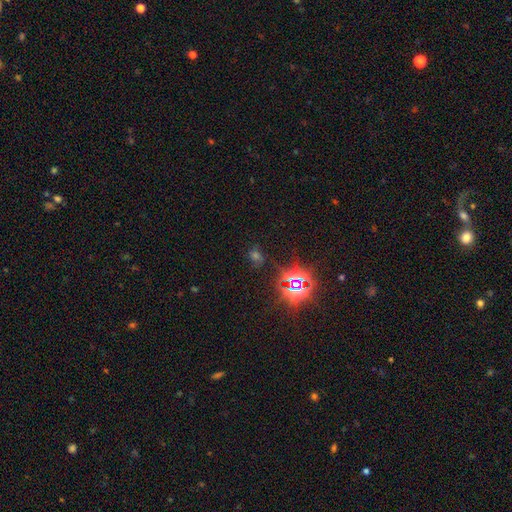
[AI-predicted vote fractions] Smooth or featured? star or artifact (66%)